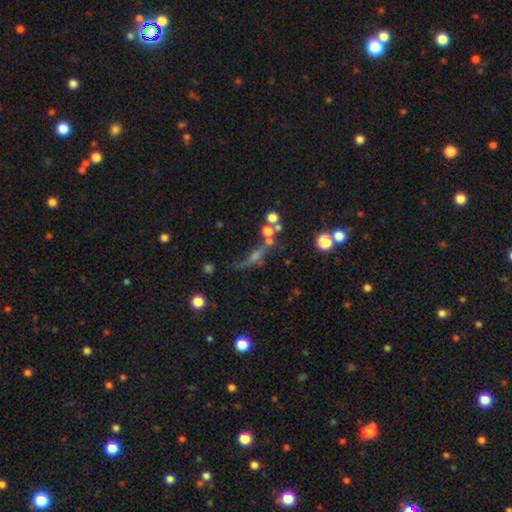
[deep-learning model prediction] Overall: featured or disk (43%; smooth 30%). Merging: none (44%; major disturbance 20%).